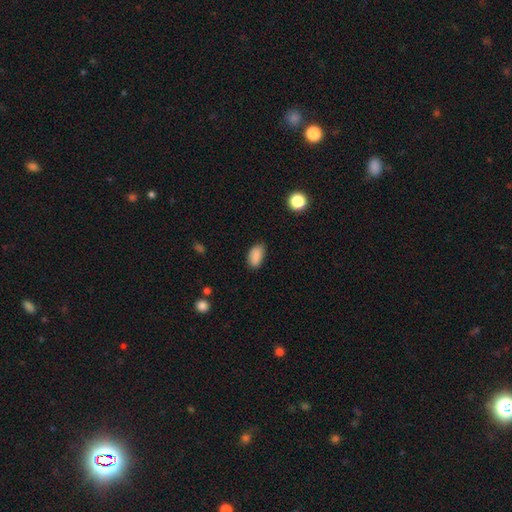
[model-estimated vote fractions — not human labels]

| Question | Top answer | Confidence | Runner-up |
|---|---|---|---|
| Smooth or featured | smooth | 88% | star or artifact (8%) |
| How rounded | in between | 93% | round (5%) |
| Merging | none | 79% | minor disturbance (16%) |